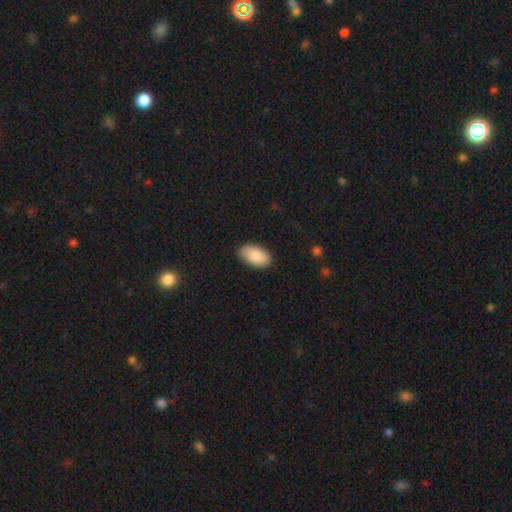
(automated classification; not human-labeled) Smooth or featured: smooth — 89% (star or artifact — 6%)
How rounded: in between — 95% (round — 4%)
Merging: none — 83% (minor disturbance — 14%)